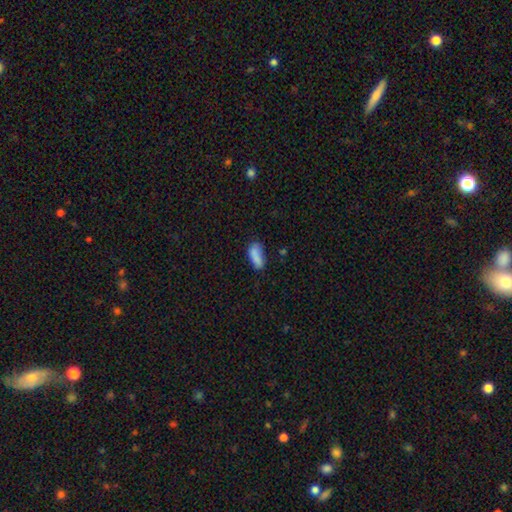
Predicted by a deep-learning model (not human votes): This is clearly a smooth galaxy (81%). How rounded: likely in between (80%). Merging: possibly none (52%).